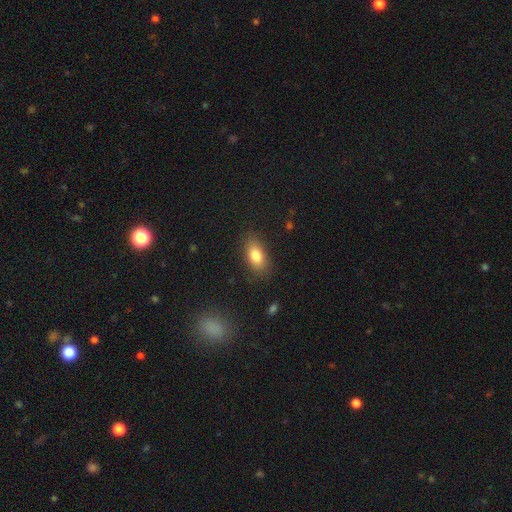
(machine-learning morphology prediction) The model was most divided on "merging": none: 83%, minor disturbance: 12%, major disturbance: 3%, merger: 1%. More confident: how rounded — in between (87%); smooth or featured — smooth (82%).